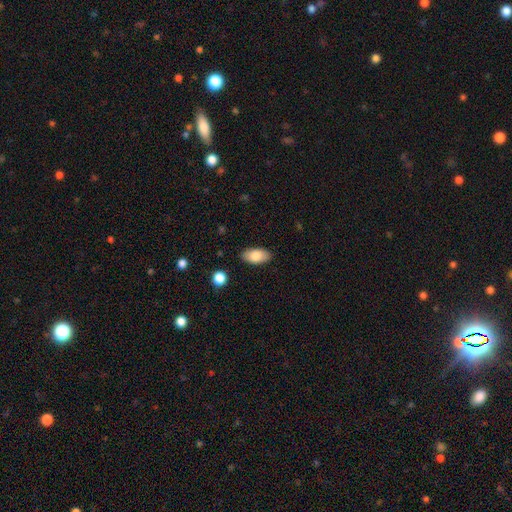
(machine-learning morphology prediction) type=smooth (83%); roundness=in between (93%); merging=none (86%).